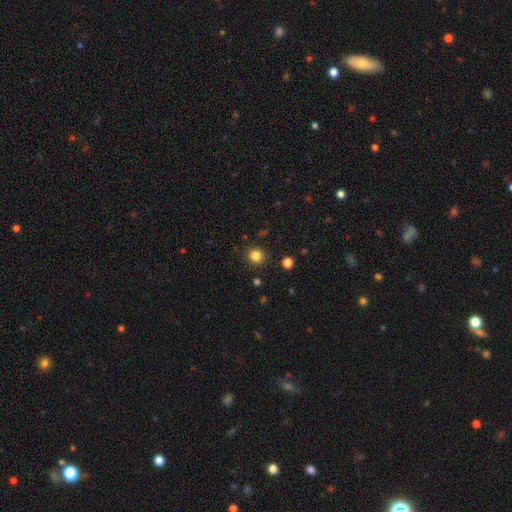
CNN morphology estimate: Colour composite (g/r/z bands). It shows a smooth galaxy with no disk features (83%) that is round (90%). Merging: none (89%).